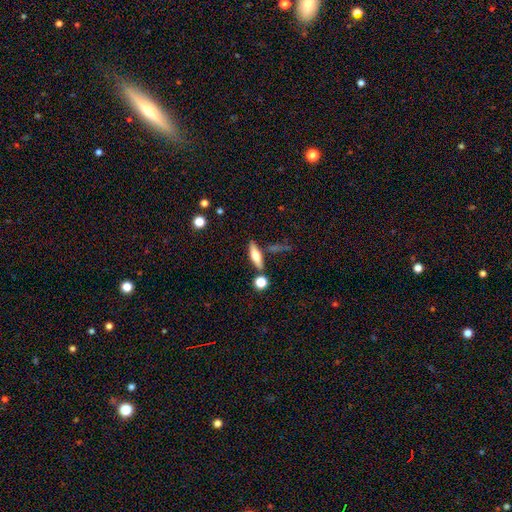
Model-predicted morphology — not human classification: A smooth galaxy with no disk features (53%) that is cigar-shaped (51%).

Vote fractions:
- Smooth or featured? smooth: 53% / featured or disk: 39% / star or artifact: 8%
- How rounded? cigar-shaped: 51% / in between: 45% / round: 4%
- Merging? none: 72% / minor disturbance: 13% / merger: 11% / major disturbance: 4%